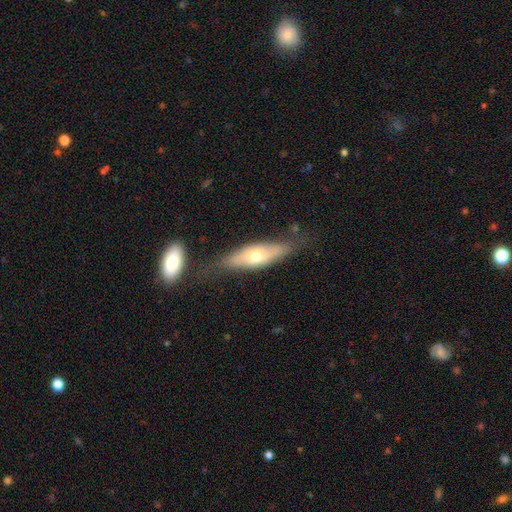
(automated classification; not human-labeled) Morphology: type=featured or disk (48%); merging=none (64%).